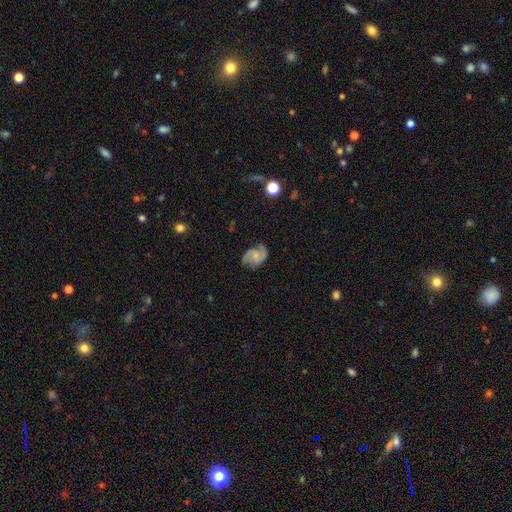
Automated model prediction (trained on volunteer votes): Smooth or featured? featured or disk (77%)
Edge-on disk? no (98%)
Bar? no (61%)
Spiral arms? yes (95%)
Spiral winding? medium (50%)
Spiral arm count? 2 (87%)
Bulge size? small (58%)
Merging? none (72%)